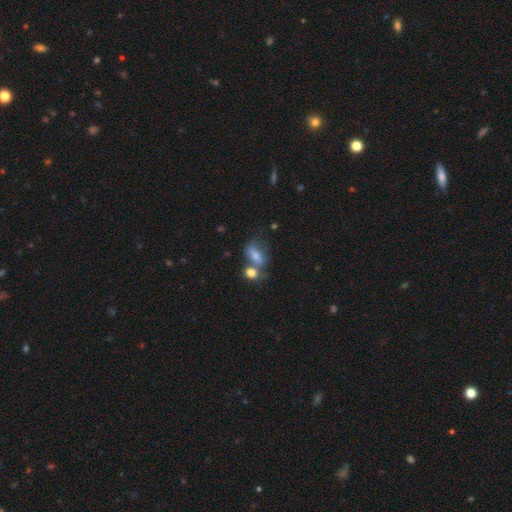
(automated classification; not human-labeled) Morphology: type=smooth (70%); roundness=in between (78%); merging=merger (40%).